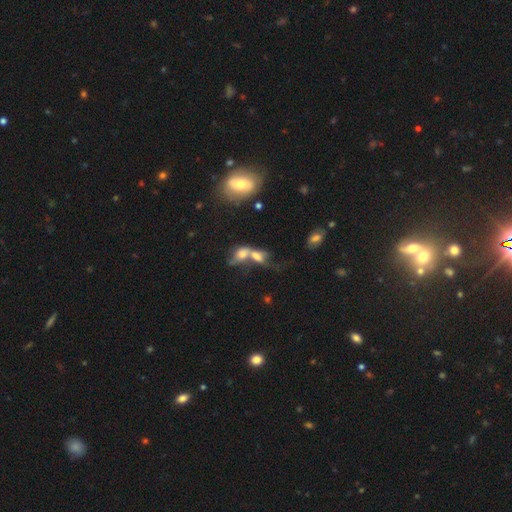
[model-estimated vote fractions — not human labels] Smooth or featured: smooth — 52% (featured or disk — 33%)
How rounded: in between — 75% (round — 18%)
Merging: merger — 74% (none — 12%)